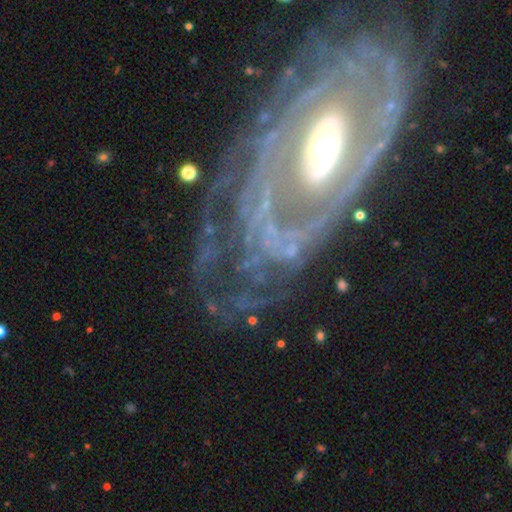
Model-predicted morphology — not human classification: A featured or disk galaxy (86%) with no bar (49%), tight (63%) spiral arms (78%) and a moderate central bulge (59%). Merging: none (61%).